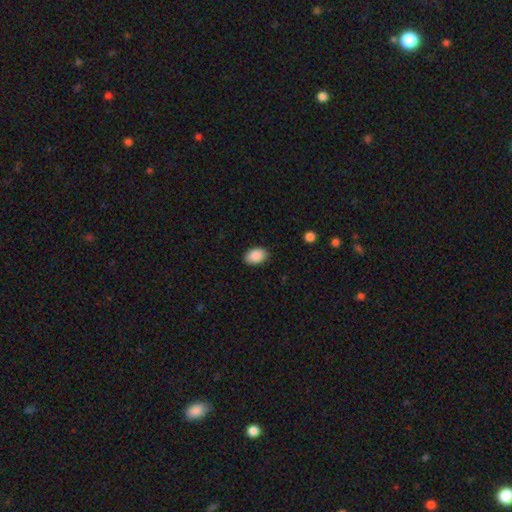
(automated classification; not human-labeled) The model was most divided on "how rounded": in between: 86%, round: 12%, cigar-shaped: 1%. More confident: smooth or featured — smooth (90%); merging — none (87%).